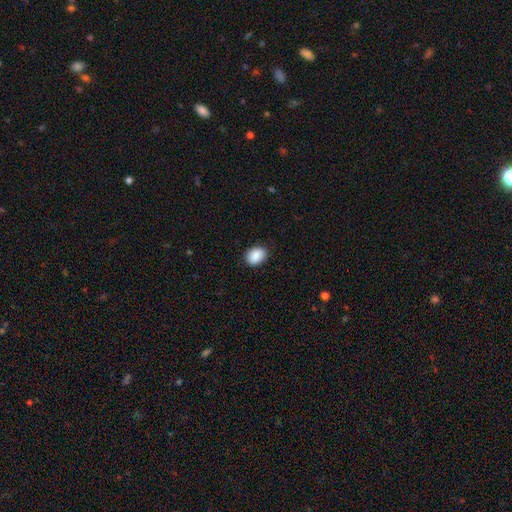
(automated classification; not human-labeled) smooth_or_featured: smooth (p=0.89) [alt: star or artifact p=0.07]
how_rounded: in between (p=0.63) [alt: round p=0.36]
merging: none (p=0.88) [alt: minor disturbance p=0.09]